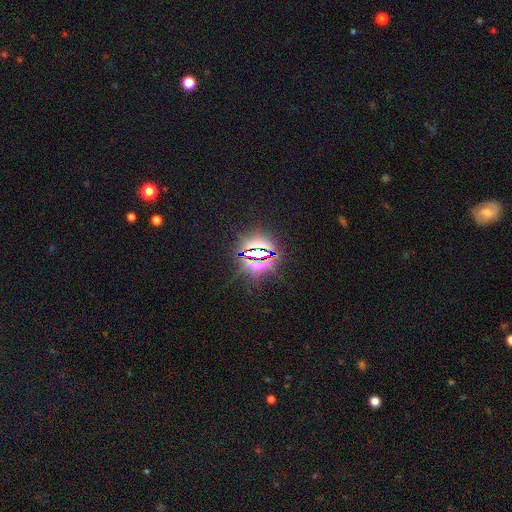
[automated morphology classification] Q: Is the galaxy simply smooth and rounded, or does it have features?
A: star or artifact — 81%.